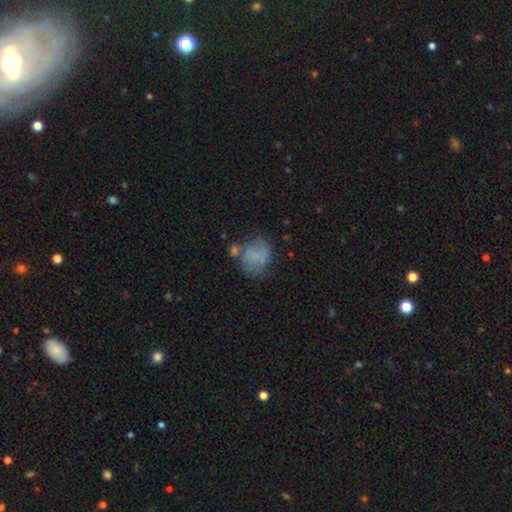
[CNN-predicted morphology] Smooth or featured? Predicted: smooth (p=0.61). How rounded? Predicted: round (p=0.63). Merging? Predicted: none (p=0.47).